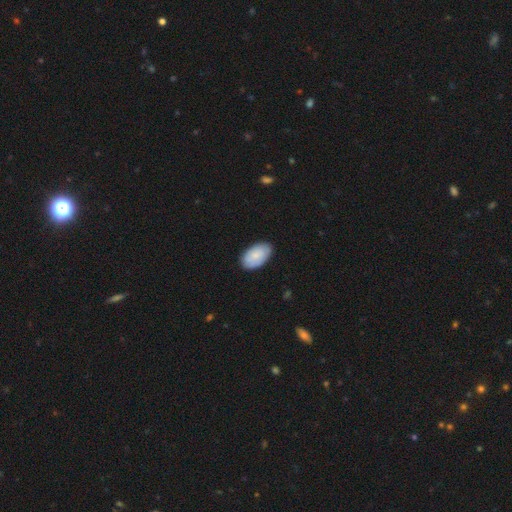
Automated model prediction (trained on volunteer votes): smooth_or_featured: smooth (p=0.77) [alt: featured or disk p=0.17]
how_rounded: in between (p=0.95) [alt: round p=0.04]
merging: none (p=0.85) [alt: minor disturbance p=0.12]